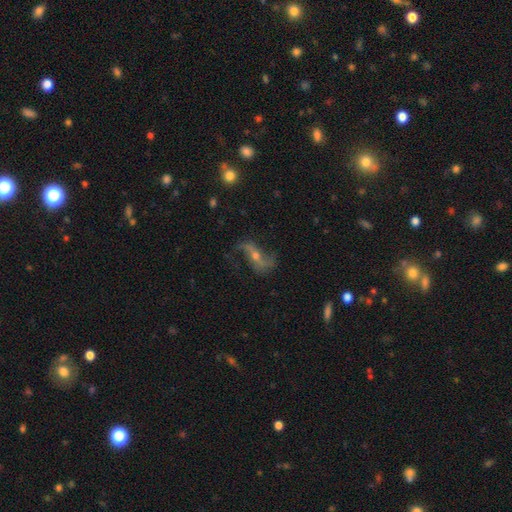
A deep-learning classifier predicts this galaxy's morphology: This is clearly a featured or disk galaxy (82%). It is clearly not viewed edge-on (91%). Bar: marginally no (40%). Spiral arm pattern: clearly yes (93%). Spiral arm count: clearly 2 (91%). Spiral winding: clearly loose (86%). Central bulge: possibly small (53%). Merging: likely none (70%).